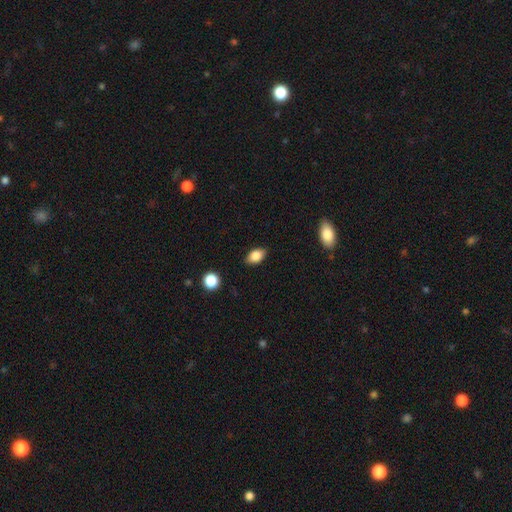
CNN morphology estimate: The model was most divided on "merging": none: 85%, minor disturbance: 11%, major disturbance: 2%, merger: 1%. More confident: how rounded — in between (87%); smooth or featured — smooth (84%).